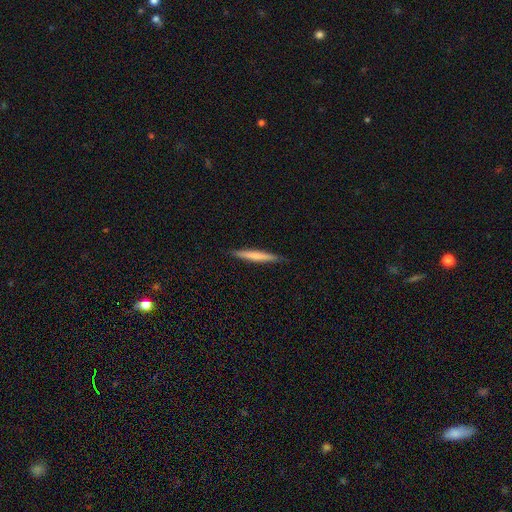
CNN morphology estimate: smooth_or_featured: smooth (p=0.59) [alt: featured or disk p=0.36]
how_rounded: cigar-shaped (p=0.96) [alt: in between p=0.03]
merging: none (p=0.90) [alt: minor disturbance p=0.08]